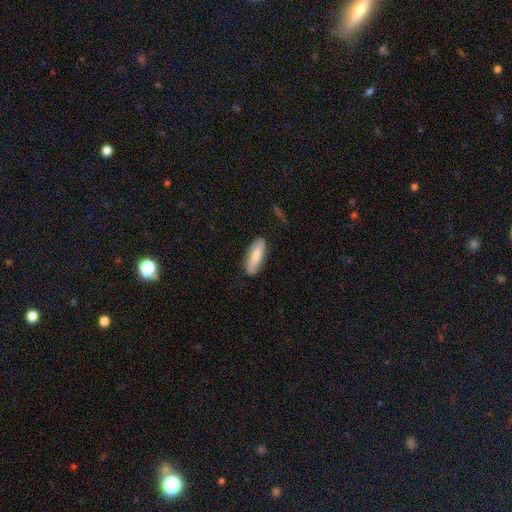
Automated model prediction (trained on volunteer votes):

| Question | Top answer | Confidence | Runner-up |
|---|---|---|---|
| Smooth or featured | smooth | 74% | featured or disk (21%) |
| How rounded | in between | 60% | cigar-shaped (38%) |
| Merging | none | 84% | minor disturbance (12%) |